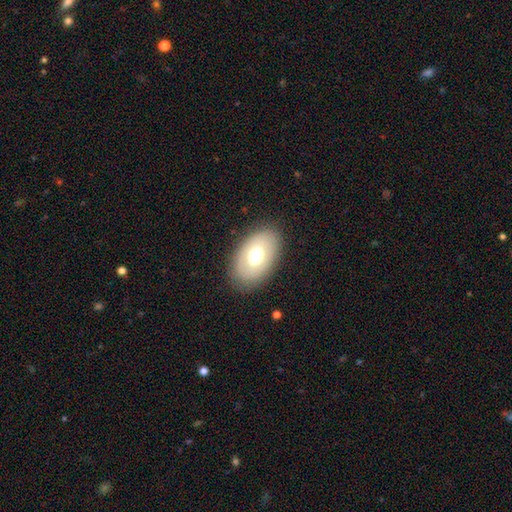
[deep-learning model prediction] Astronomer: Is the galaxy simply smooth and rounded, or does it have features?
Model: smooth — 64%.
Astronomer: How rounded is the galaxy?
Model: in between — 89%.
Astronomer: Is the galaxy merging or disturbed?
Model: none — 84%.